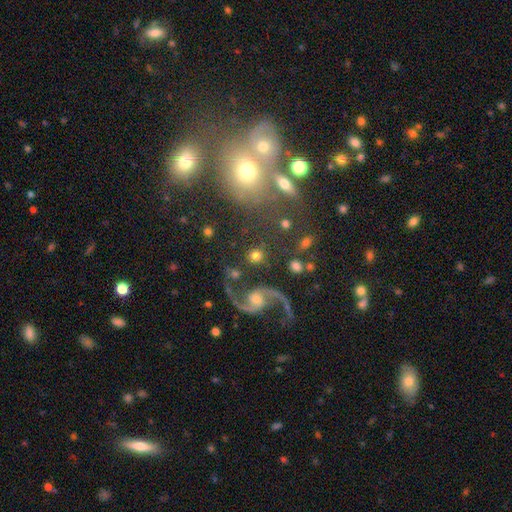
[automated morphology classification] A smooth galaxy with no disk features (53%) that is round (89%). Merging: none (81%).